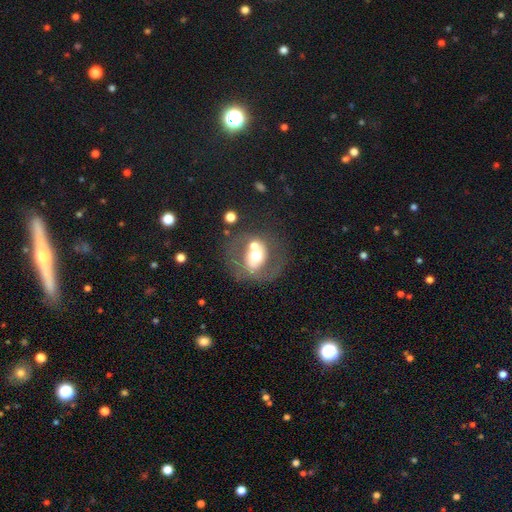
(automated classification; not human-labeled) featured or disk 58%, smooth 33%, star or artifact 9%. Down the decision tree: edge-on disk — no (95%); bar — no (56%); spiral arms — no (57%); bulge size — moderate (61%); merging — none (44%).